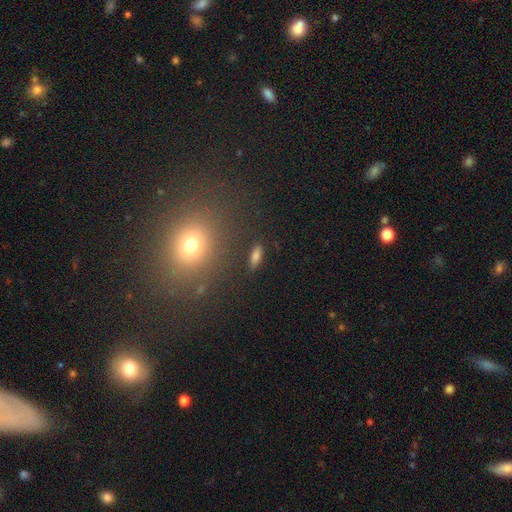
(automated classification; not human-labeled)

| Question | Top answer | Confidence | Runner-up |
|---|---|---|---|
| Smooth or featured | smooth | 78% | star or artifact (12%) |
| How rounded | in between | 61% | cigar-shaped (33%) |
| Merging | none | 86% | minor disturbance (8%) |